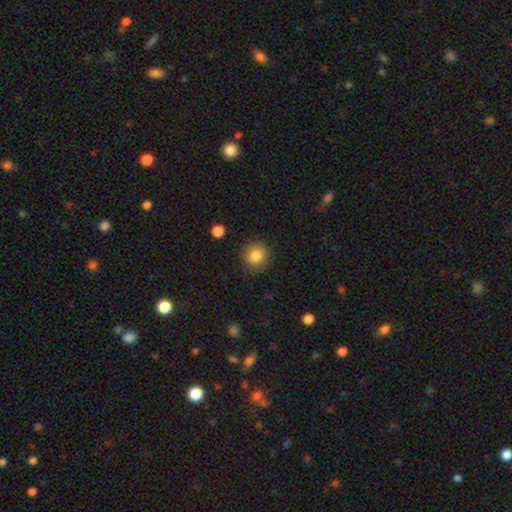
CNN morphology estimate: smooth 84%, star or artifact 10%, featured or disk 6%. Down the decision tree: how rounded — round (91%); merging — none (89%).